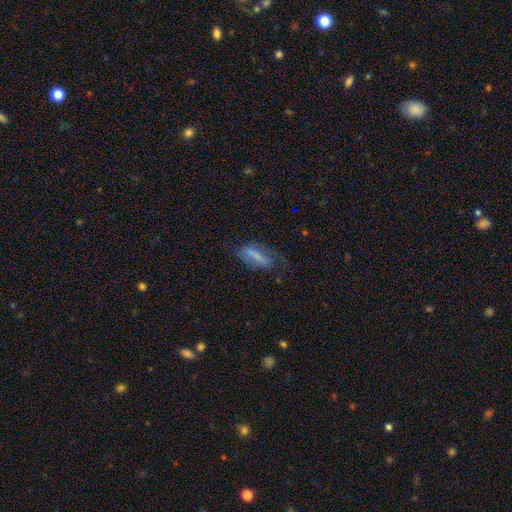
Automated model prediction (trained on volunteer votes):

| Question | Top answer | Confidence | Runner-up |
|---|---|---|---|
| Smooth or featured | smooth | 59% | featured or disk (31%) |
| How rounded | in between | 57% | cigar-shaped (40%) |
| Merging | none | 52% | minor disturbance (27%) |